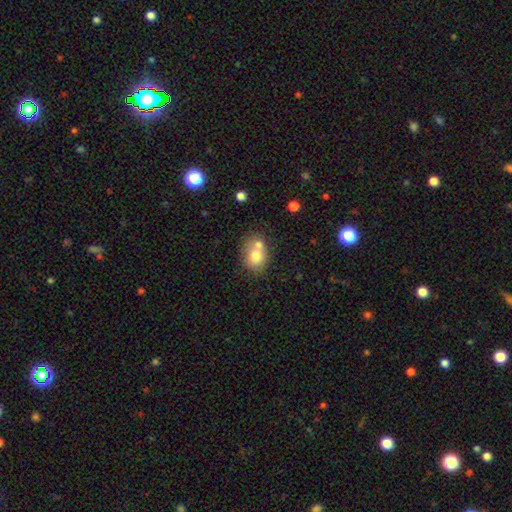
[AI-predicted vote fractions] Smooth or featured: smooth — 72% (featured or disk — 18%)
How rounded: round — 54% (in between — 45%)
Merging: none — 42% (tied with merger — 42%)